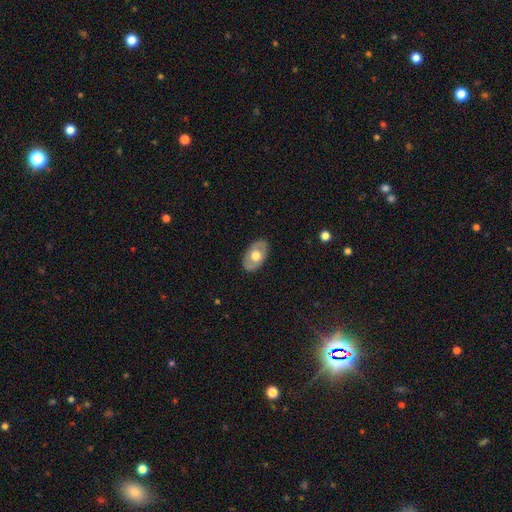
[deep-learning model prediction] This appears to be a smooth galaxy with no disk features (53%) that is in between round and cigar-shaped (88%). Merging: none (84%).